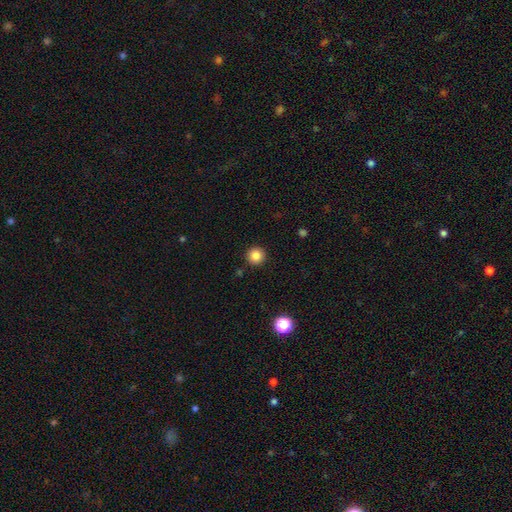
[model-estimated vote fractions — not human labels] Overall: smooth (86%). How rounded: round (95%). Merging: none (92%).